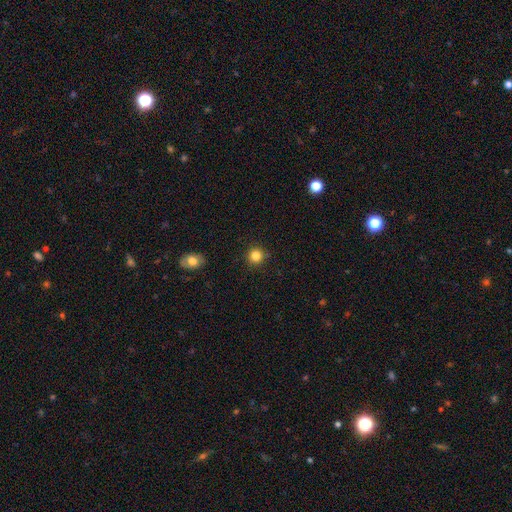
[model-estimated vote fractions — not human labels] Smooth or featured? smooth (83%)
How rounded? round (93%)
Merging? none (90%)